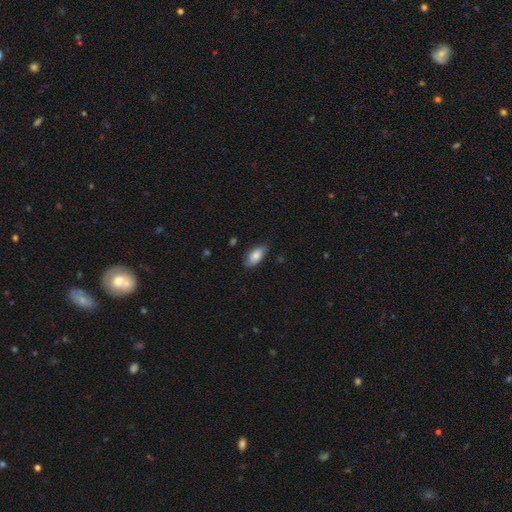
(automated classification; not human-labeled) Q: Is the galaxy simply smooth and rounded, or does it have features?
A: smooth — 79%.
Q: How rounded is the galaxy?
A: in between — 91%.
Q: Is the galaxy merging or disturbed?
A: none — 74%.